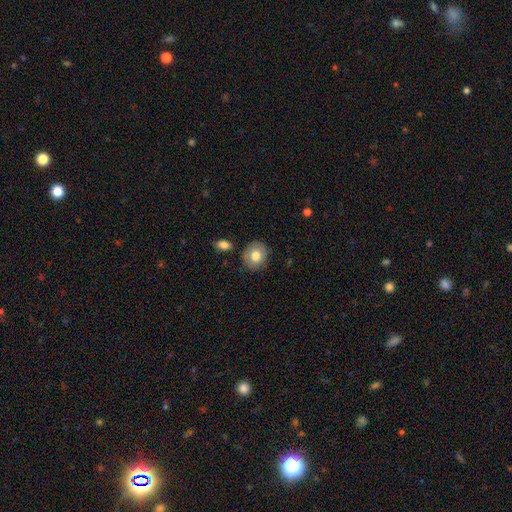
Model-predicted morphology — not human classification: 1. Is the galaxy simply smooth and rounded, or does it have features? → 75% smooth, 18% featured or disk, 7% star or artifact.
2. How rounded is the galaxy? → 74% round, 25% in between, 1% cigar-shaped.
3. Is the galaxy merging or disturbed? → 83% none, 11% minor disturbance, 3% merger, 3% major disturbance.